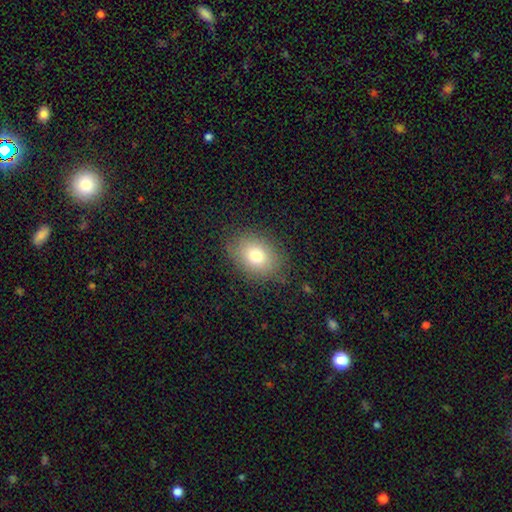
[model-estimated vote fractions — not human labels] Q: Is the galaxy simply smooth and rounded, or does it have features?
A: smooth — 78%.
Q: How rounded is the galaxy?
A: in between — 66%.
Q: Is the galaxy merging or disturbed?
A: none — 84%.